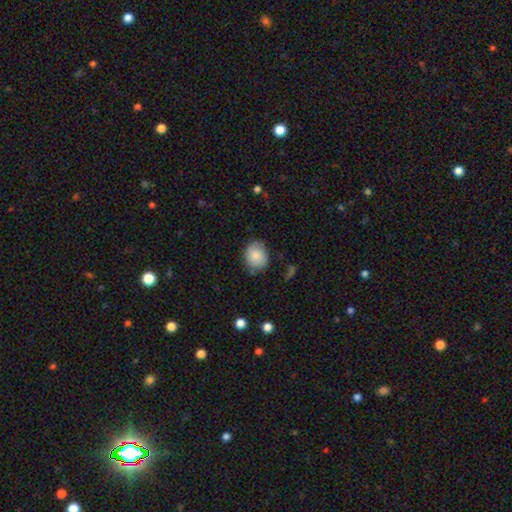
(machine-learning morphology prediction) Smooth or featured: smooth — 84% (featured or disk — 8%)
How rounded: round — 63% (in between — 36%)
Merging: none — 75% (minor disturbance — 19%)